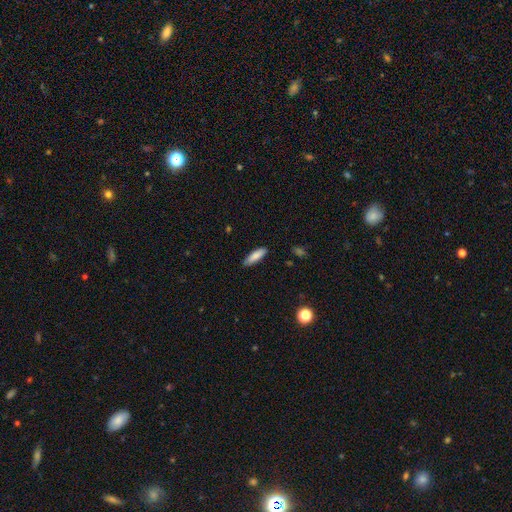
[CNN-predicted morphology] type=smooth (83%); roundness=cigar-shaped (61%); merging=none (88%).